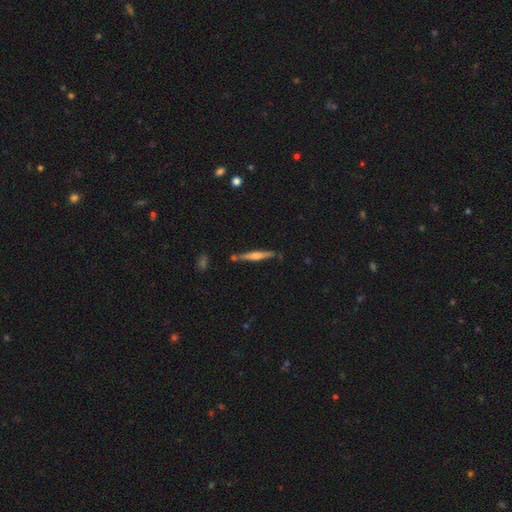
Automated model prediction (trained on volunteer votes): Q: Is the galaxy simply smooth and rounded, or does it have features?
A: featured or disk — 65%.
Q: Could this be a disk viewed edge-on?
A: yes — 97%.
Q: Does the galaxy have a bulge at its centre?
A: rounded — 79%.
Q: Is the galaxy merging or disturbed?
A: none — 80%.